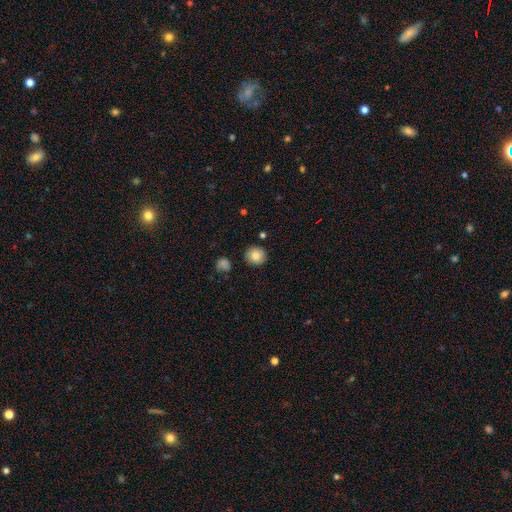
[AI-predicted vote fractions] Overall: smooth (85%). How rounded: round (89%). Merging: none (88%).